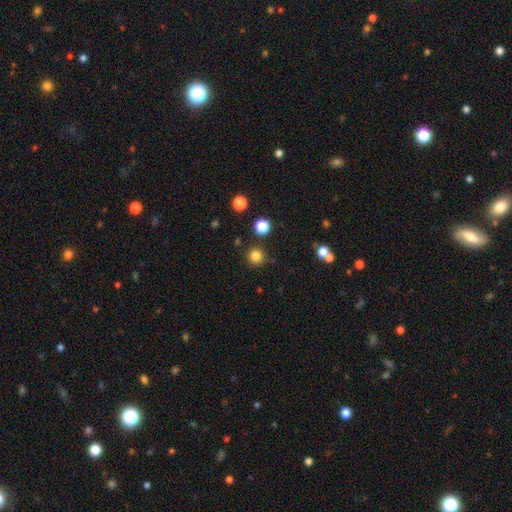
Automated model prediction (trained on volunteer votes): This is clearly a smooth galaxy (83%). How rounded: clearly round (95%). Merging: clearly none (89%).